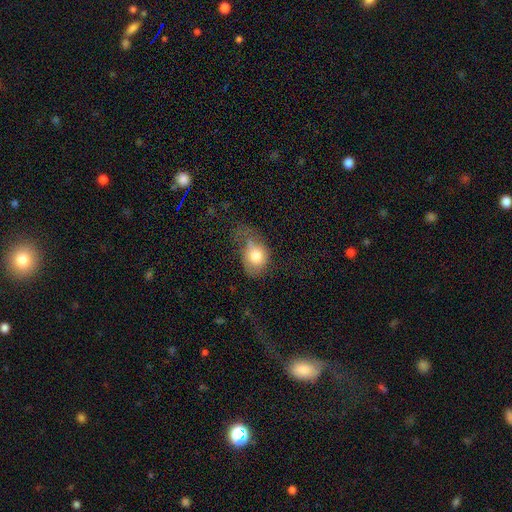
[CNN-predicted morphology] Overall: smooth (74%). How rounded: in between (61%; round 38%). Merging: major disturbance (38%; minor disturbance 32%).